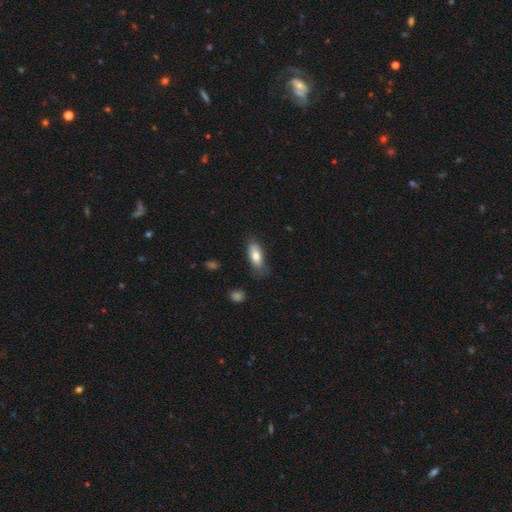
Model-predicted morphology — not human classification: A smooth galaxy with no disk features (77%) that is in between round and cigar-shaped (77%).

Vote fractions:
- Smooth or featured? smooth: 77% / featured or disk: 16% / star or artifact: 7%
- How rounded? in between: 77% / cigar-shaped: 20% / round: 3%
- Merging? none: 67% / minor disturbance: 24% / major disturbance: 7% / merger: 2%